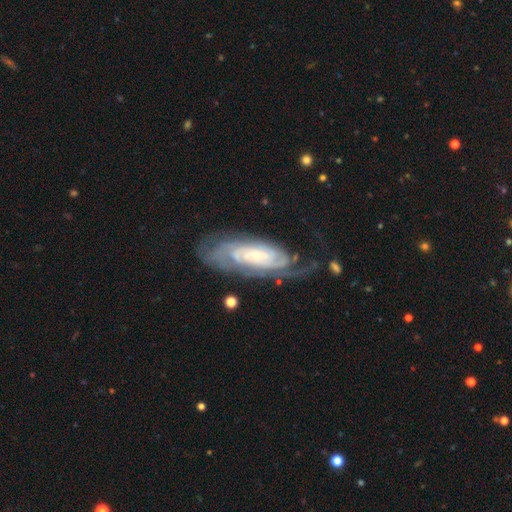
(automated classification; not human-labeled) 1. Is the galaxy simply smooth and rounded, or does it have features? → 86% featured or disk, 8% smooth, 5% star or artifact.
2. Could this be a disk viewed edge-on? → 92% no, 8% yes.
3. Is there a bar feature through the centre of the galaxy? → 64% no, 26% weak, 10% strong.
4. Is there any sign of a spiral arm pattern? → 96% yes, 4% no.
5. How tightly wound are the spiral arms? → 71% tight, 24% medium, 6% loose.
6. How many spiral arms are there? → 33% can't tell, 31% 2, 15% 3, 9% 4, 6% more than 4, 5% 1.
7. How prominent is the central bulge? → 74% small, 18% moderate, 4% none, 3% large, 1% dominant.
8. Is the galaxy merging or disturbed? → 62% none, 21% minor disturbance, 15% major disturbance, 3% merger.